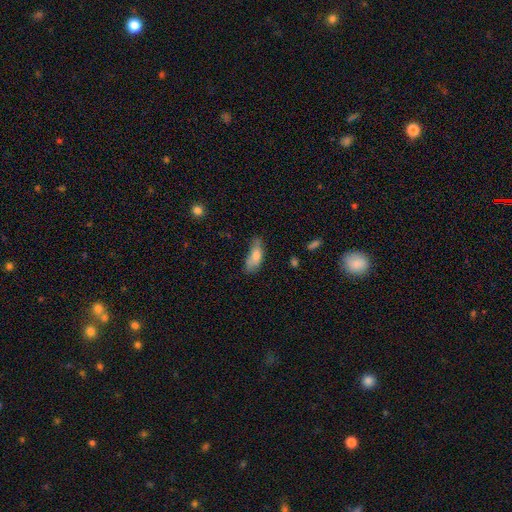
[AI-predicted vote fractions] Overall: smooth (75%). How rounded: in between (75%). Merging: none (42%; minor disturbance 36%).